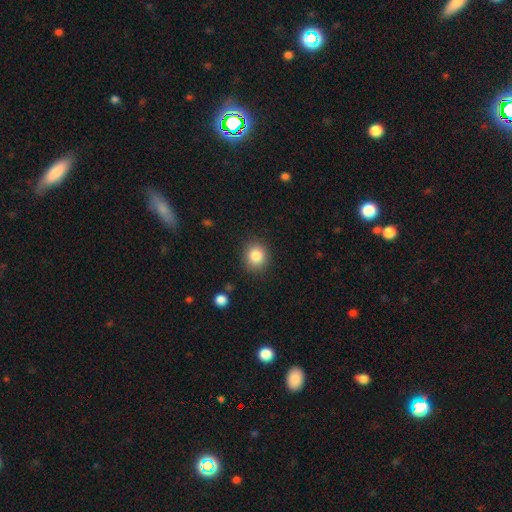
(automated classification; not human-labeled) This is clearly a smooth galaxy (84%). How rounded: clearly round (81%). Merging: clearly none (87%).